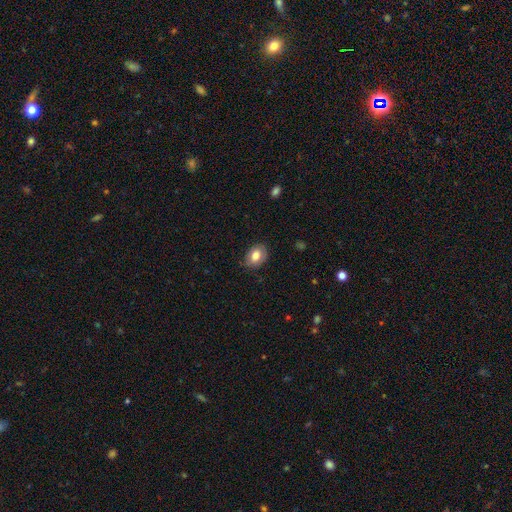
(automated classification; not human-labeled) Smooth or featured?
  - smooth: 78% *
  - featured or disk: 14%
  - star or artifact: 8%
How rounded?
  - in between: 77% *
  - round: 22%
  - cigar-shaped: 1%
Merging?
  - none: 82% *
  - minor disturbance: 14%
  - major disturbance: 3%
  - merger: 1%